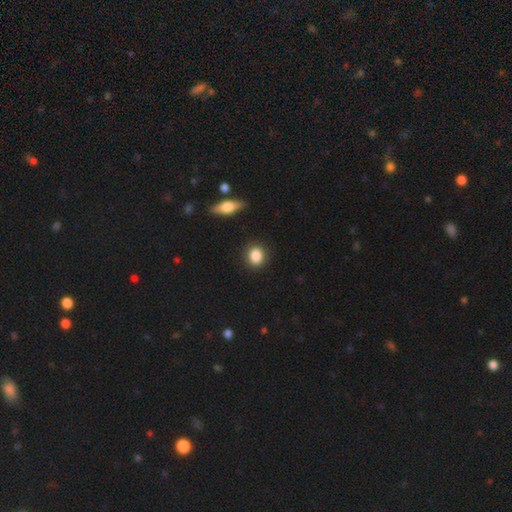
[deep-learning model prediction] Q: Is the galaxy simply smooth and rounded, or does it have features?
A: smooth — 87%.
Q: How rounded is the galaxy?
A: round — 63%.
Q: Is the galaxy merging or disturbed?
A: none — 87%.